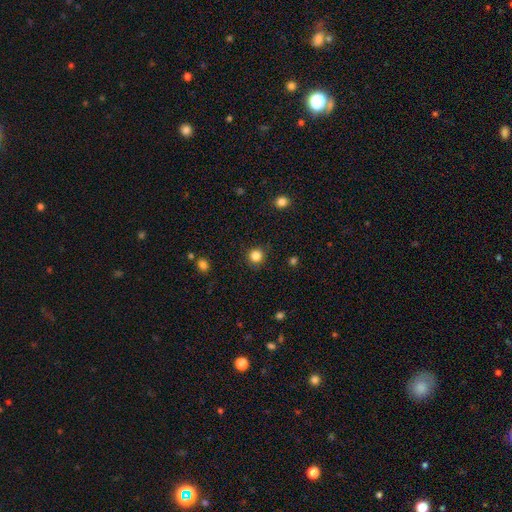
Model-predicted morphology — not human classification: Smooth or featured? Predicted: smooth (p=0.84). How rounded? Predicted: round (p=0.93). Merging? Predicted: none (p=0.90).